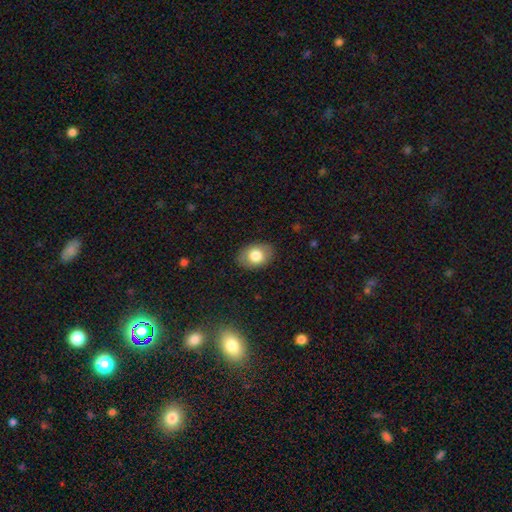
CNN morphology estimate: smooth-or-featured: smooth: 76% | featured or disk: 17% | star or artifact: 7%
  how-rounded: in between: 82% | round: 17% | cigar-shaped: 1%
  merging: none: 86% | minor disturbance: 10% | major disturbance: 3% | merger: 1%